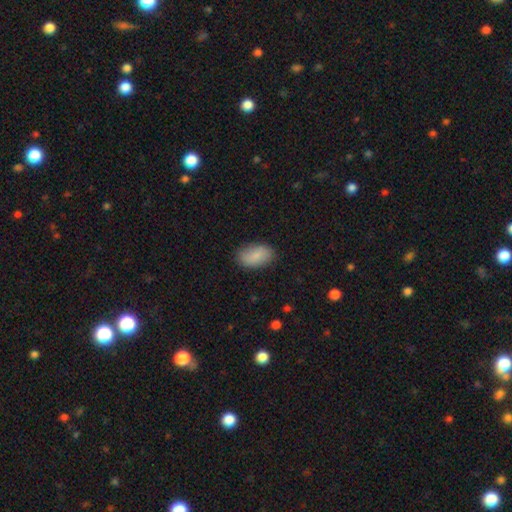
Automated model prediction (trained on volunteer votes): A smooth galaxy with no disk features (85%) that is in between round and cigar-shaped (93%). Merging: none (85%).